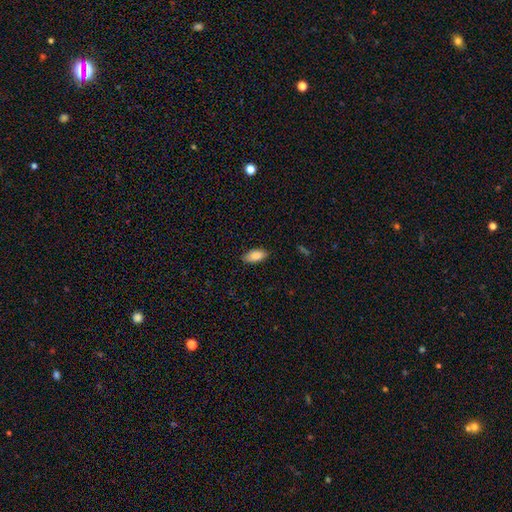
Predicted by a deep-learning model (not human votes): This appears to be a smooth galaxy with no disk features (87%) that is in between round and cigar-shaped (89%). Merging: none (86%).